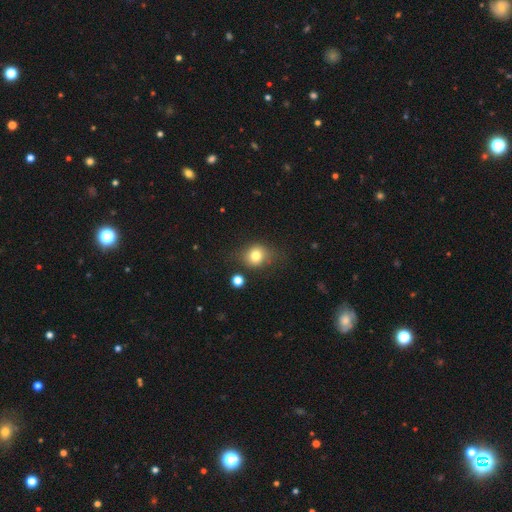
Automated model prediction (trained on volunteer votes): smooth_or_featured: smooth (p=0.76) [alt: featured or disk p=0.12]
how_rounded: round (p=0.68) [alt: in between p=0.30]
merging: none (p=0.68) [alt: minor disturbance p=0.20]